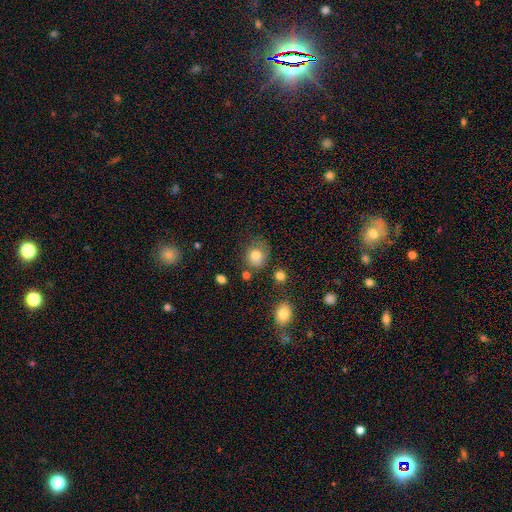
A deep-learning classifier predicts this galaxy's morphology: Smooth or featured? smooth (80%)
How rounded? round (69%)
Merging? none (62%)